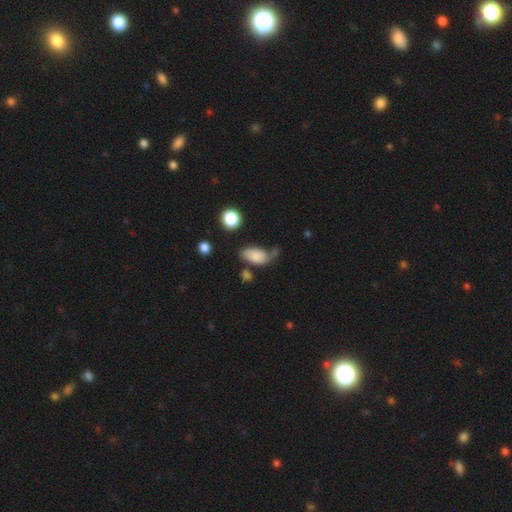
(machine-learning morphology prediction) This appears to be a smooth galaxy with no disk features (81%) that is in between round and cigar-shaped (91%). Merging: none (47%).